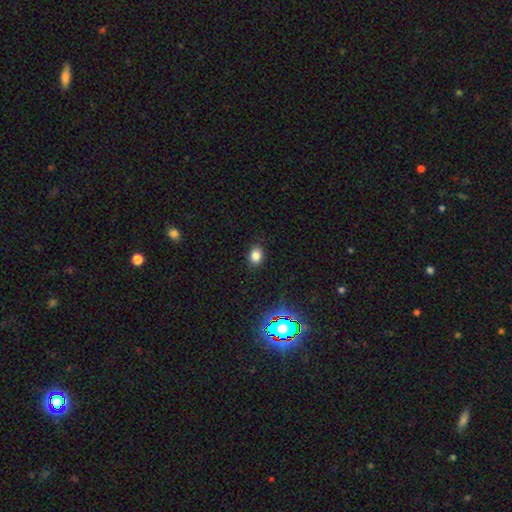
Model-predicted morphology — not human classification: This is clearly a smooth galaxy (80%). How rounded: possibly in between (52%). Merging: clearly none (89%).